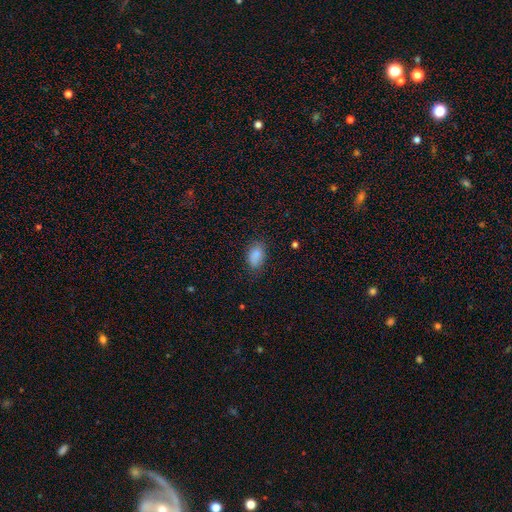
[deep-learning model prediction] This is clearly a smooth galaxy (87%). How rounded: clearly in between (90%). Merging: likely none (77%).